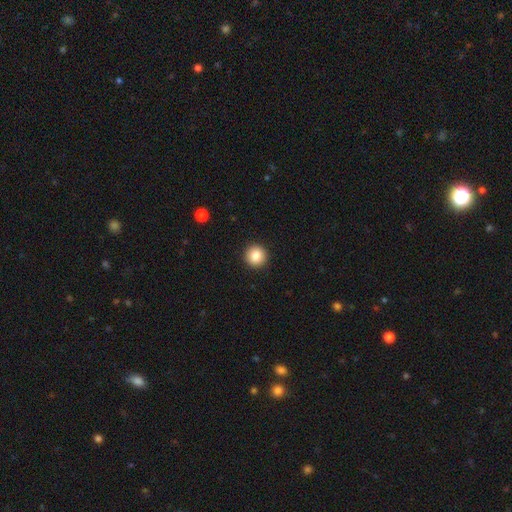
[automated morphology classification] smooth_or_featured: smooth (p=0.84) [alt: star or artifact p=0.10]
how_rounded: round (p=0.96) [alt: in between p=0.03]
merging: none (p=0.93) [alt: minor disturbance p=0.04]